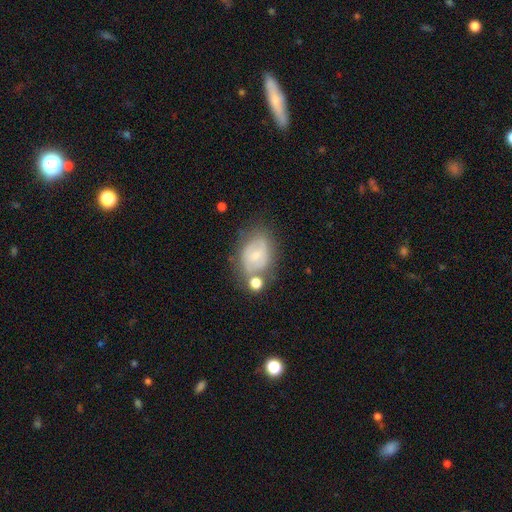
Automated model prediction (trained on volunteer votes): This appears to be a featured or disk galaxy (50%). Merging: none (49%).